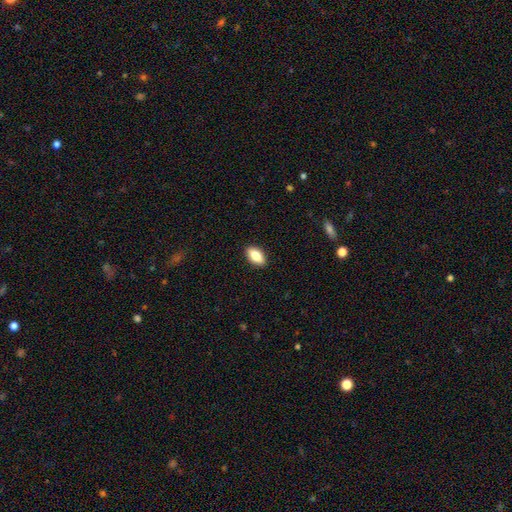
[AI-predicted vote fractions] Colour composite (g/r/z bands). It shows a smooth galaxy with no disk features (80%) that is in between round and cigar-shaped (90%). Merging: none (90%).